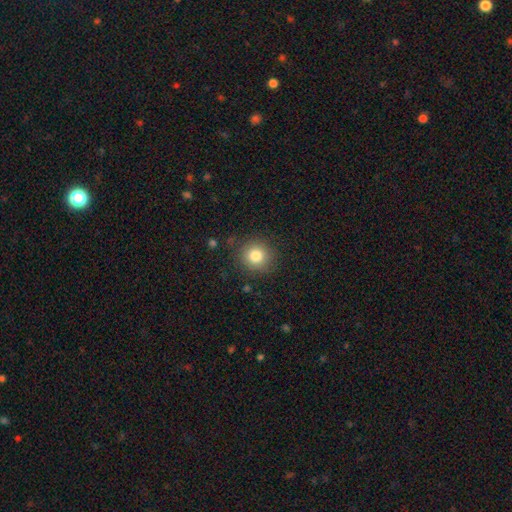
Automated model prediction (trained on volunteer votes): Smooth or featured? smooth (81%)
How rounded? round (91%)
Merging? none (87%)